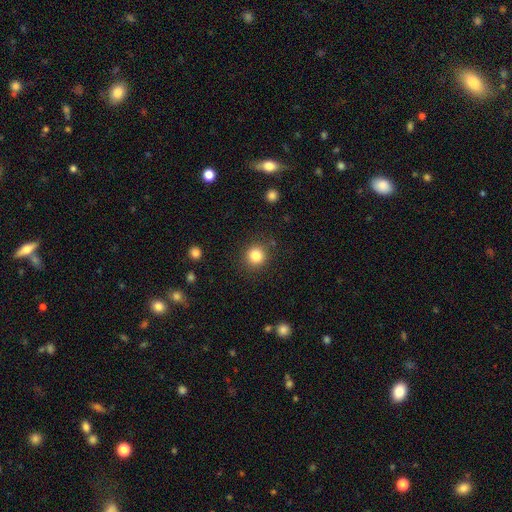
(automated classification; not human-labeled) Overall: smooth (83%). How rounded: round (91%). Merging: none (87%).